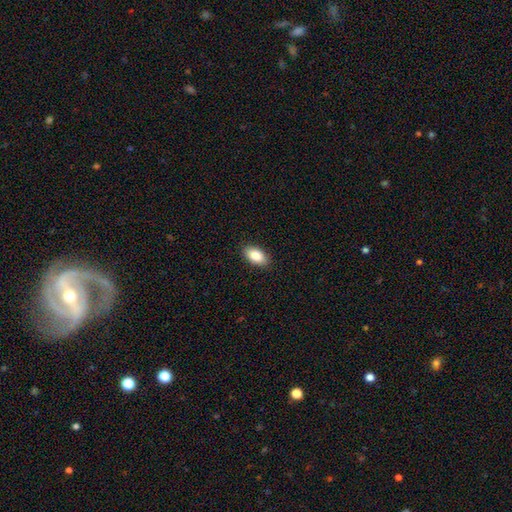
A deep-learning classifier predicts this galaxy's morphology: type=smooth (85%); roundness=in between (93%); merging=none (90%).